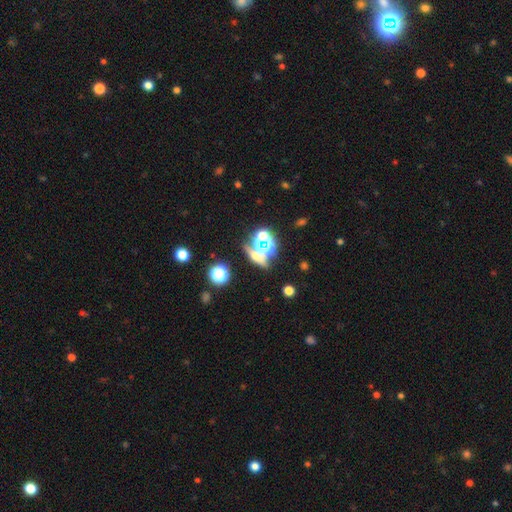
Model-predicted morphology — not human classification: Q: Smooth or featured?
A: star or artifact (43%); runner-up: smooth (35%)